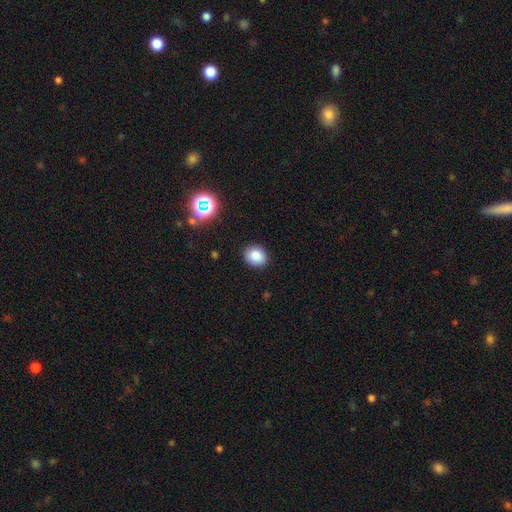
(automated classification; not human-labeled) The model was most divided on "how rounded": round: 58%, in between: 41%, cigar-shaped: 1%. More confident: merging — none (89%); smooth or featured — smooth (82%).